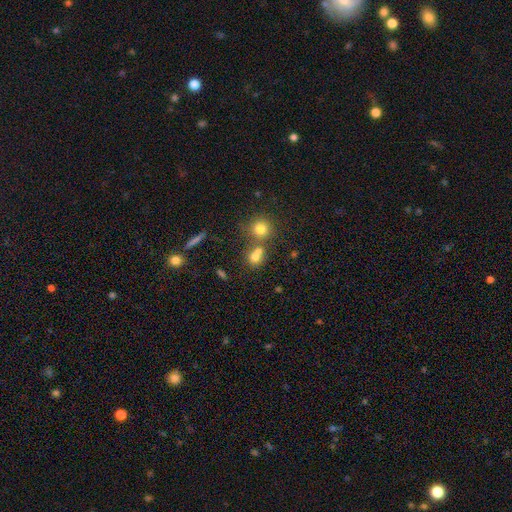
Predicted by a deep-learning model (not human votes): Smooth or featured? Predicted: smooth (p=0.70). How rounded? Predicted: round (p=0.77). Merging? Predicted: merger (p=0.46).